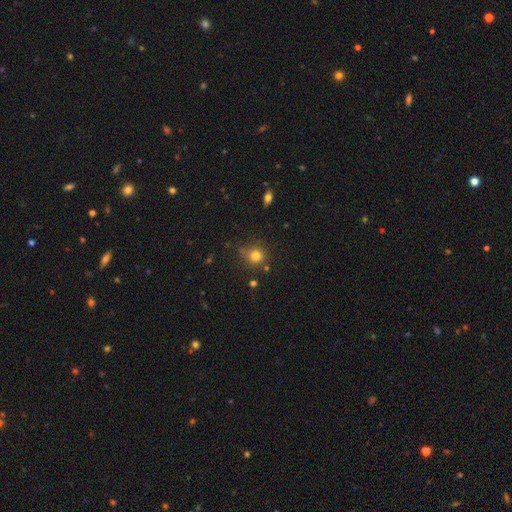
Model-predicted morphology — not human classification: smooth_or_featured: smooth (p=0.78) [alt: star or artifact p=0.14]
how_rounded: round (p=0.87) [alt: in between p=0.12]
merging: none (p=0.71) [alt: minor disturbance p=0.17]